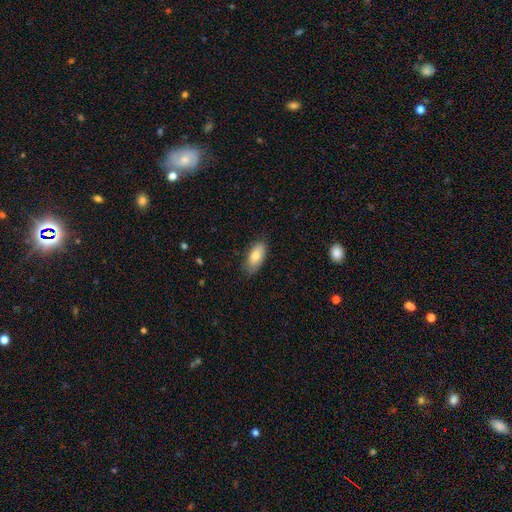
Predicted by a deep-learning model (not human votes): Smooth or featured: smooth — 79% (featured or disk — 14%)
How rounded: in between — 90% (cigar-shaped — 8%)
Merging: none — 77% (minor disturbance — 19%)